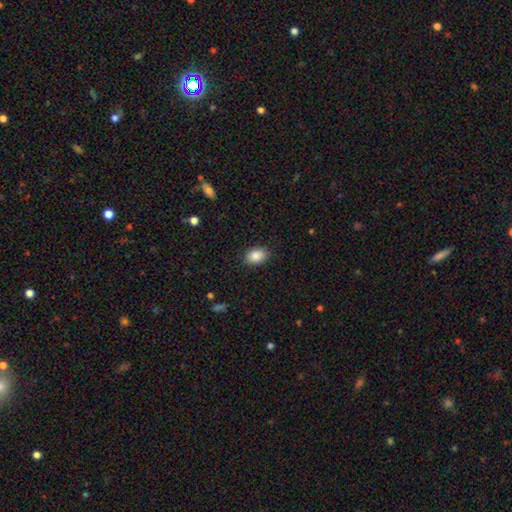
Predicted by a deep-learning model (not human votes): Q: Smooth or featured?
A: smooth (88%); runner-up: star or artifact (8%)
Q: How rounded?
A: in between (80%); runner-up: round (19%)
Q: Merging?
A: none (86%); runner-up: minor disturbance (10%)